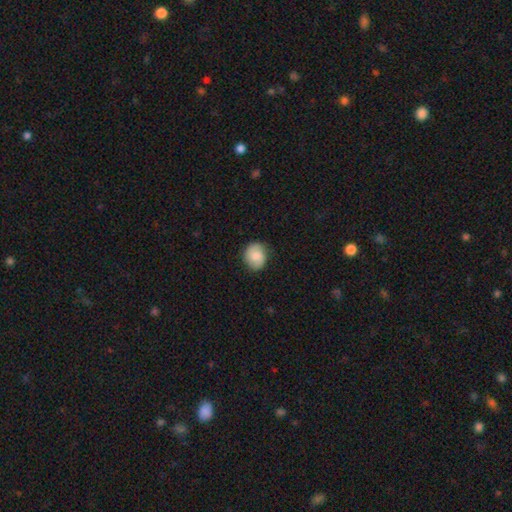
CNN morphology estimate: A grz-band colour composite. It shows a smooth galaxy with no disk features (70%) that is round (74%). Merging: none (81%).